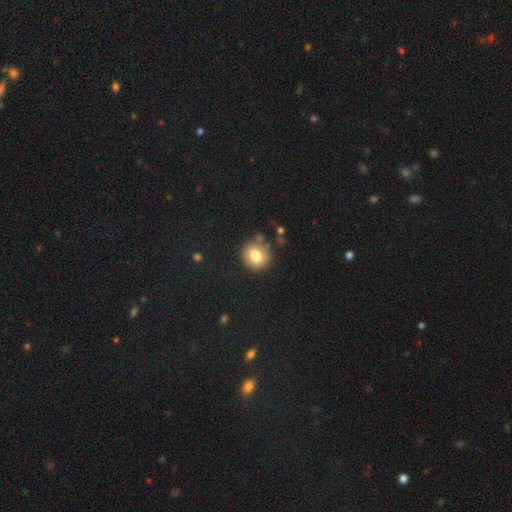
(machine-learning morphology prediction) A smooth galaxy with no disk features (79%) that is round (87%). Merging: none (80%).